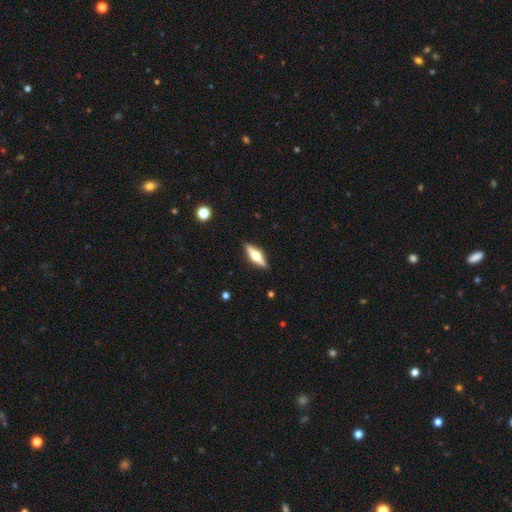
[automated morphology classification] Q: Smooth or featured?
A: featured or disk (65%); runner-up: smooth (29%)
Q: Edge-on disk?
A: yes (96%); runner-up: no (4%)
Q: Edge-on bulge?
A: rounded (95%); runner-up: boxy (4%)
Q: Merging?
A: none (90%); runner-up: minor disturbance (7%)